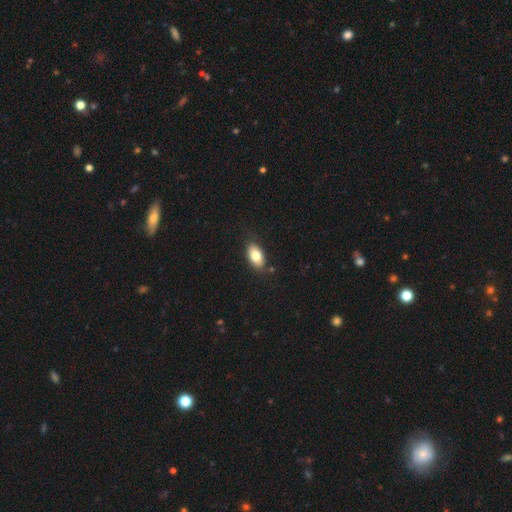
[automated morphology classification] This appears to be a smooth galaxy with no disk features (79%) that is in between round and cigar-shaped (91%). Merging: none (83%).